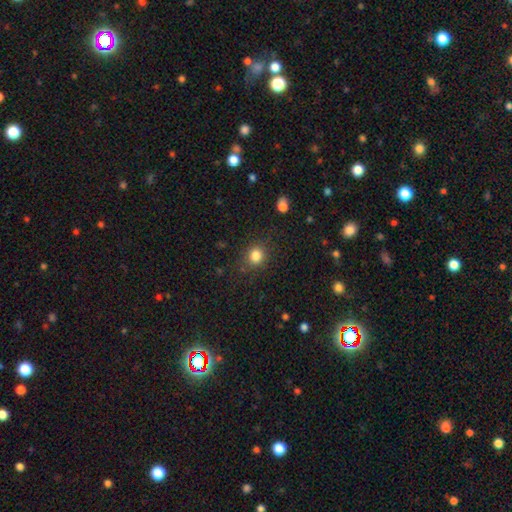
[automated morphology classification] Overall: smooth (83%). How rounded: round (75%). Merging: none (83%).